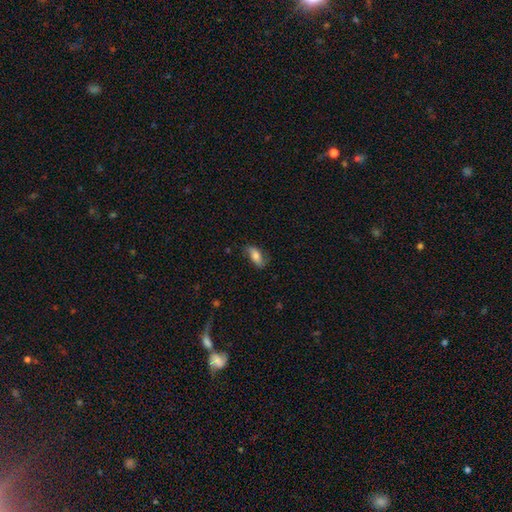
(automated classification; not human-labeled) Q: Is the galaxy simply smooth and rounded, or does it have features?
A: smooth — 69%.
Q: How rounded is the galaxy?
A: in between — 80%.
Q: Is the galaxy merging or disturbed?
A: none — 75%.